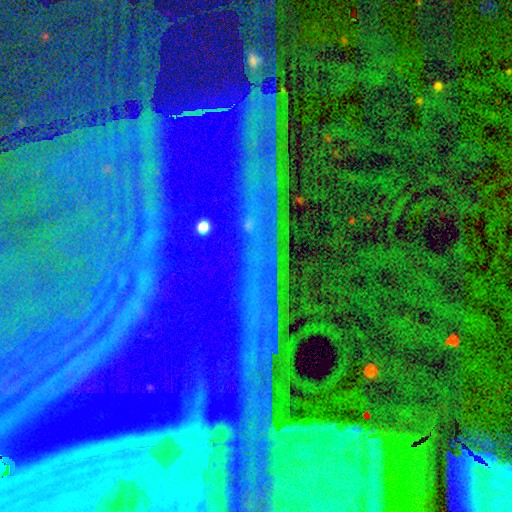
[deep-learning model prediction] Smooth or featured? Predicted: star or artifact (p=0.84).